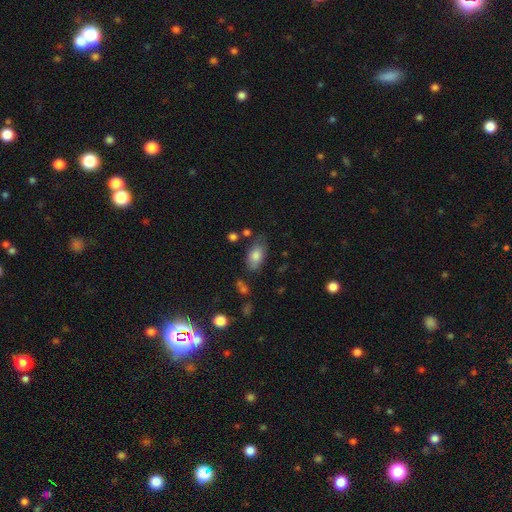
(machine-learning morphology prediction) smooth 80%, featured or disk 13%, star or artifact 8%. Down the decision tree: how rounded — in between (91%); merging — none (63%).